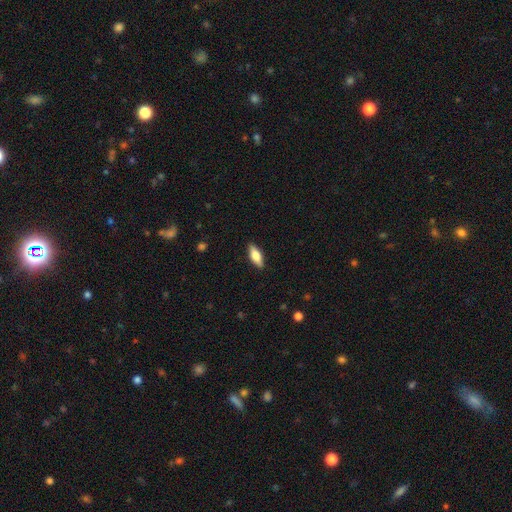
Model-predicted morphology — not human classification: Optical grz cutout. It shows a smooth galaxy with no disk features (64%) that is in between round and cigar-shaped (66%). Merging: none (88%).